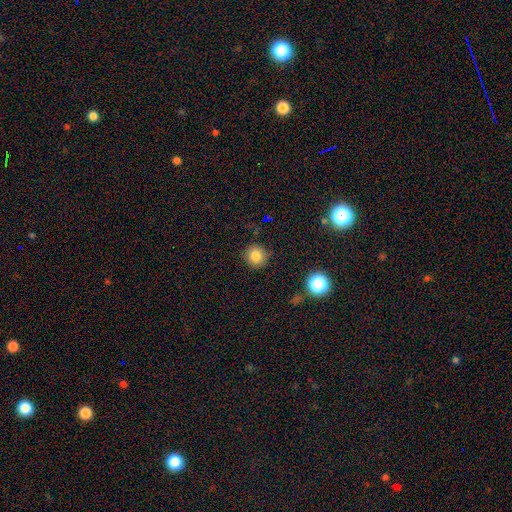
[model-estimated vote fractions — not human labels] Morphology: type=smooth (81%); roundness=round (92%); merging=none (88%).